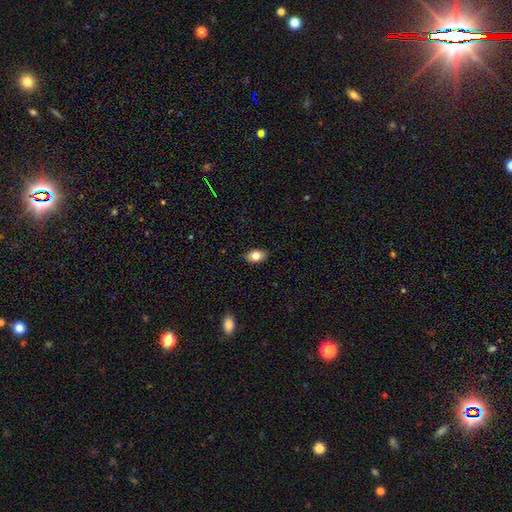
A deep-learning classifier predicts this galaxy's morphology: Q: Smooth or featured?
A: smooth (79%); runner-up: featured or disk (13%)
Q: How rounded?
A: in between (87%); runner-up: round (11%)
Q: Merging?
A: none (86%); runner-up: minor disturbance (11%)